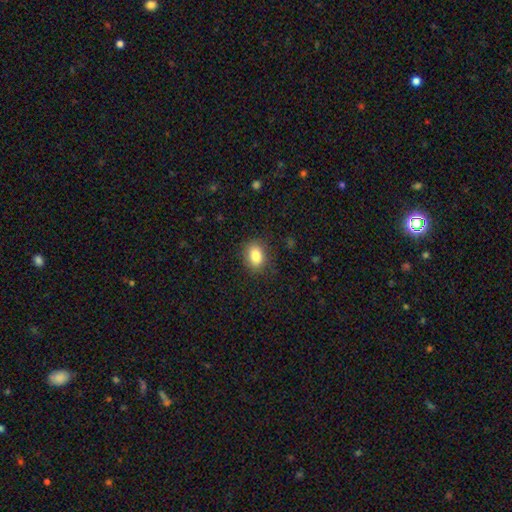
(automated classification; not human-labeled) Q: Smooth or featured?
A: smooth (84%); runner-up: star or artifact (9%)
Q: How rounded?
A: in between (70%); runner-up: round (29%)
Q: Merging?
A: none (85%); runner-up: minor disturbance (11%)